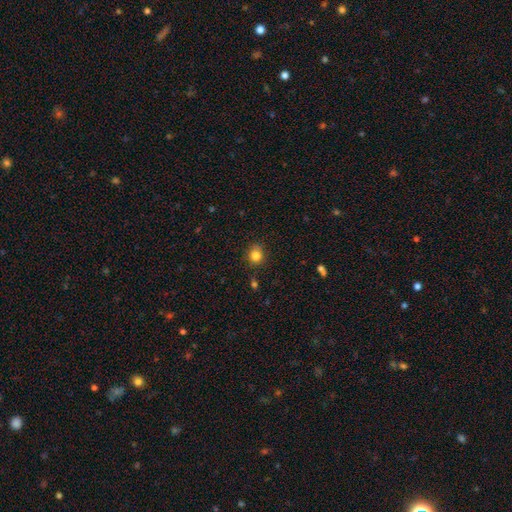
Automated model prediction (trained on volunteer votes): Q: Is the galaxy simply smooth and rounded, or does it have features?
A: smooth — 83%.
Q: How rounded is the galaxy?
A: round — 77%.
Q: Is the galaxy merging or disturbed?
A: none — 84%.